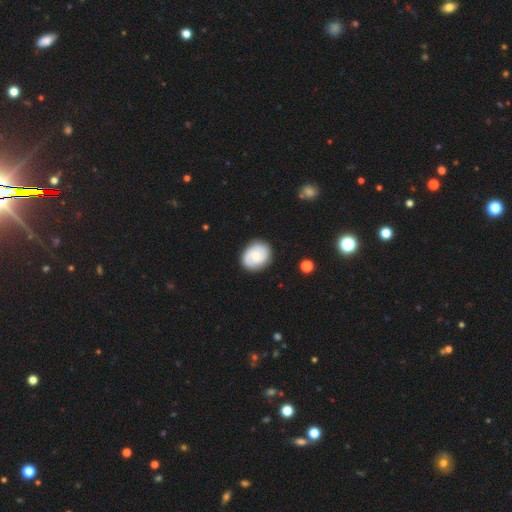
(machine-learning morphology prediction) type=smooth (54%); roundness=in between (51%); merging=none (83%).